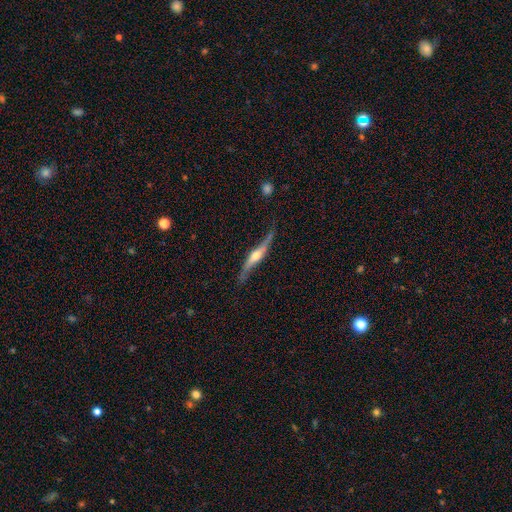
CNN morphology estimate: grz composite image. It shows a featured or disk galaxy (79%) viewed edge-on (85%) with a rounded central bulge (89%). Merging: none (68%).